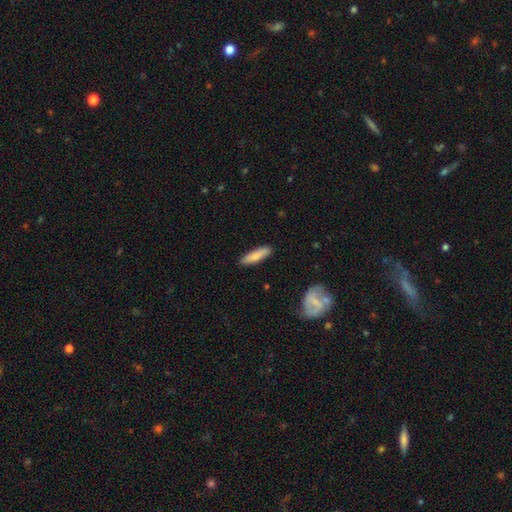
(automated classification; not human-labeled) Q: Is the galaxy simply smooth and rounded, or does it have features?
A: smooth — 78%.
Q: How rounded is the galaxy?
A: cigar-shaped — 74%.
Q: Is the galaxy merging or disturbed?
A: none — 89%.